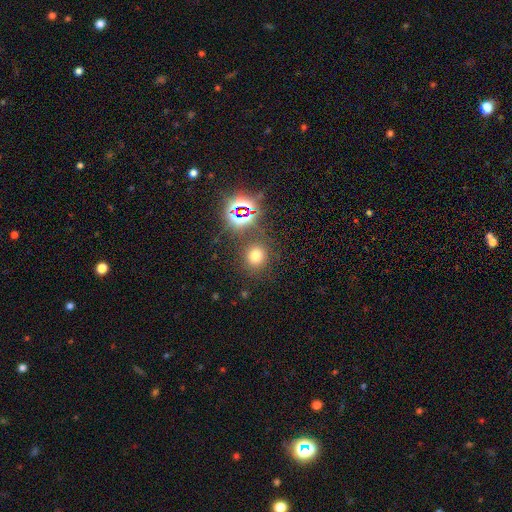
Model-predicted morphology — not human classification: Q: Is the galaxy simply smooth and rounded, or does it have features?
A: smooth — 64%.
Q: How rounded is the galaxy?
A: round — 84%.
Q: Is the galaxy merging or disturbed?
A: none — 82%.